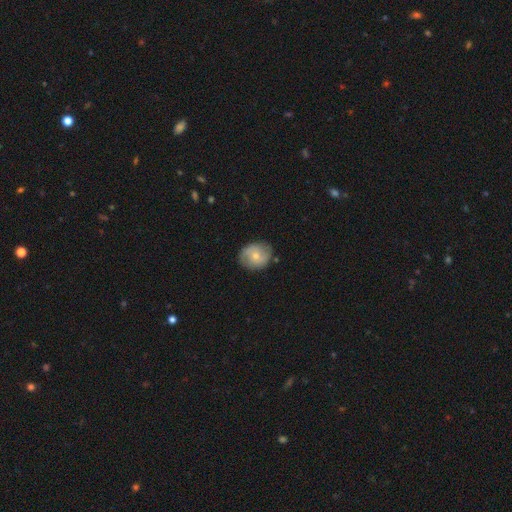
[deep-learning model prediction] smooth_or_featured: smooth (p=0.53) [alt: featured or disk p=0.40]
how_rounded: round (p=0.64) [alt: in between p=0.35]
merging: none (p=0.77) [alt: minor disturbance p=0.17]